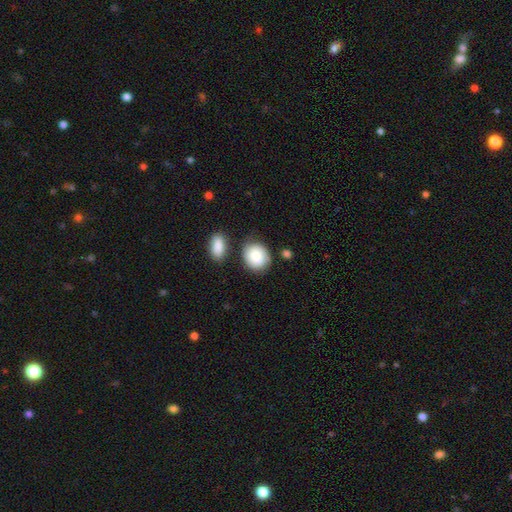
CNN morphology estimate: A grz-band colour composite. It shows a smooth galaxy with no disk features (85%) that is round (67%). Merging: none (69%).